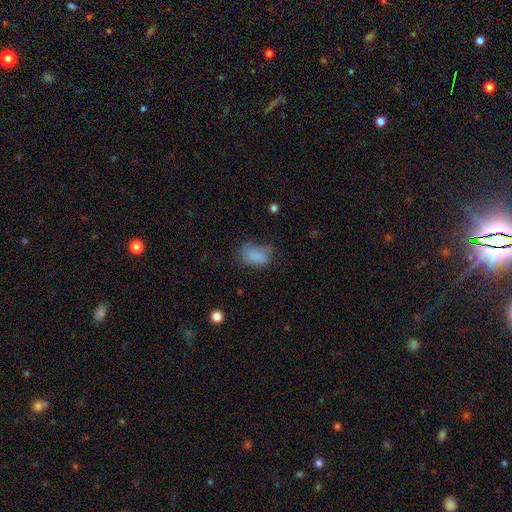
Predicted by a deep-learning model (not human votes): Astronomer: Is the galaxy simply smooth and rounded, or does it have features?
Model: smooth — 79%.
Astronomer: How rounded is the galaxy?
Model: in between — 84%.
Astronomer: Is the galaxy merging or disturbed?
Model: none — 45% (runner-up: minor disturbance, 33%).